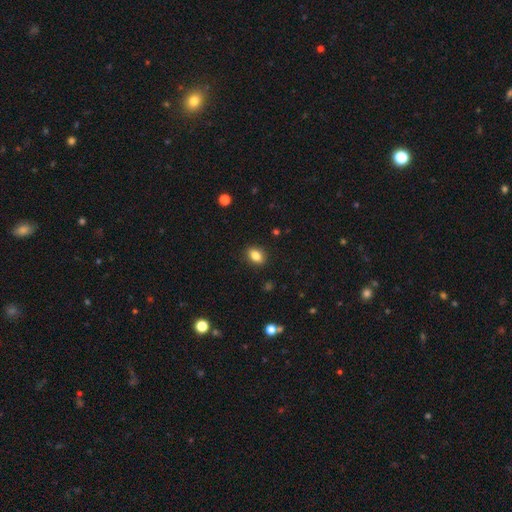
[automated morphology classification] The model was most divided on "how rounded": in between: 76%, round: 22%, cigar-shaped: 2%. More confident: merging — none (88%); smooth or featured — smooth (84%).